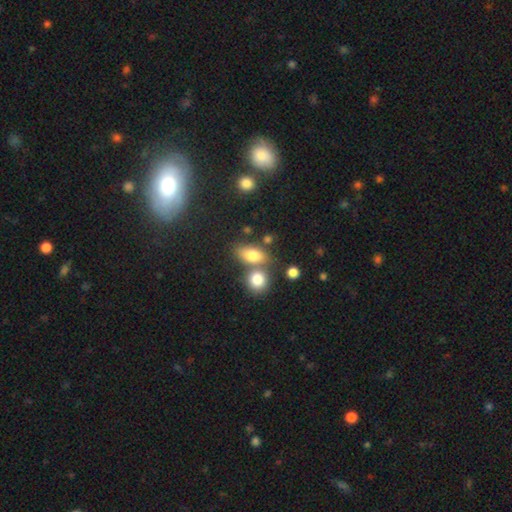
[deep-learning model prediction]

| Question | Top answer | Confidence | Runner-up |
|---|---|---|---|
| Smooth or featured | smooth | 74% | featured or disk (14%) |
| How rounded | in between | 73% | round (20%) |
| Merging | none | 53% | merger (32%) |